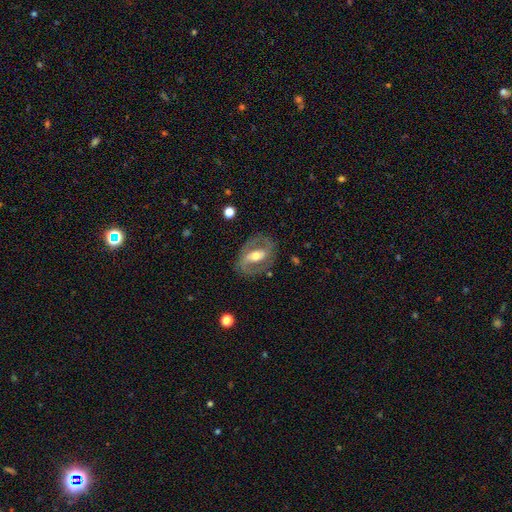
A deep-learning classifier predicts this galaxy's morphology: Q: Smooth or featured?
A: featured or disk (78%); runner-up: smooth (16%)
Q: Edge-on disk?
A: no (94%); runner-up: yes (6%)
Q: Bar?
A: strong (42%); runner-up: weak (35%)
Q: Spiral arms?
A: yes (78%); runner-up: no (22%)
Q: Spiral winding?
A: medium (50%); runner-up: tight (30%)
Q: Spiral arm count?
A: 2 (85%); runner-up: can't tell (7%)
Q: Bulge size?
A: moderate (65%); runner-up: small (20%)
Q: Merging?
A: none (78%); runner-up: minor disturbance (13%)